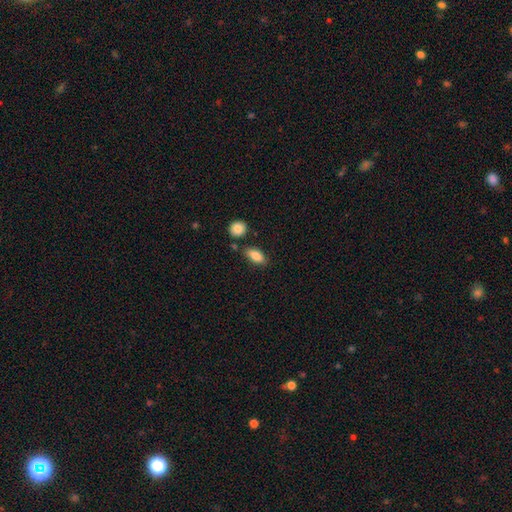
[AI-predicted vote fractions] Overall: smooth (84%). How rounded: in between (86%). Merging: none (77%).